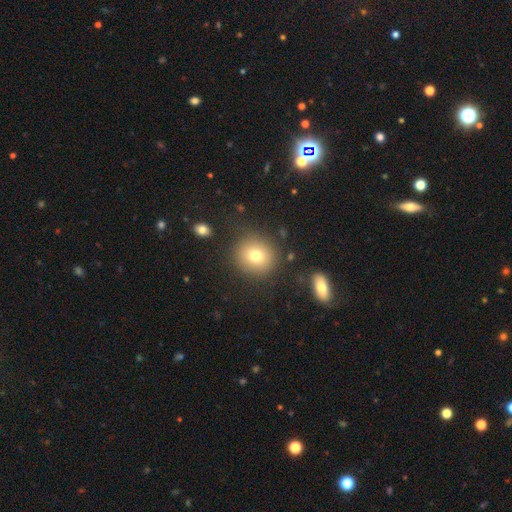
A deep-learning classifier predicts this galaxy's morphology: smooth-or-featured: smooth: 76% | featured or disk: 12% | star or artifact: 12%
  how-rounded: round: 86% | in between: 13% | cigar-shaped: 1%
  merging: none: 85% | minor disturbance: 9% | major disturbance: 4% | merger: 3%